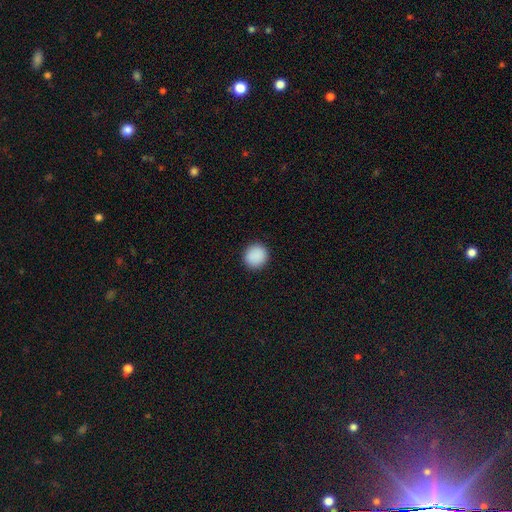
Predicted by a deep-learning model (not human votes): The model was most divided on "smooth or featured": smooth: 90%, star or artifact: 8%, featured or disk: 2%. More confident: how rounded — round (93%); merging — none (92%).